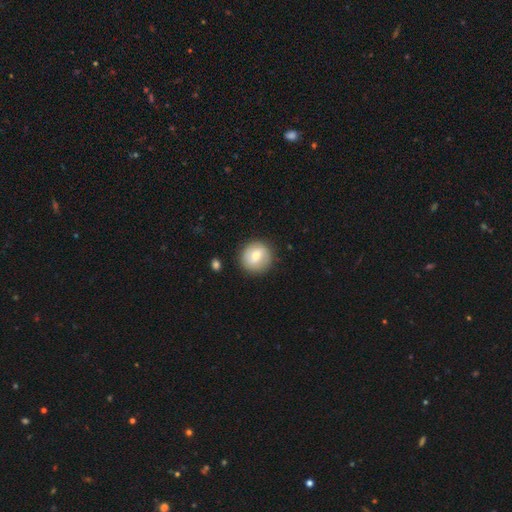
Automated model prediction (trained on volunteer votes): smooth_or_featured: smooth (p=0.67) [alt: featured or disk p=0.26]
how_rounded: round (p=0.90) [alt: in between p=0.09]
merging: none (p=0.87) [alt: minor disturbance p=0.09]